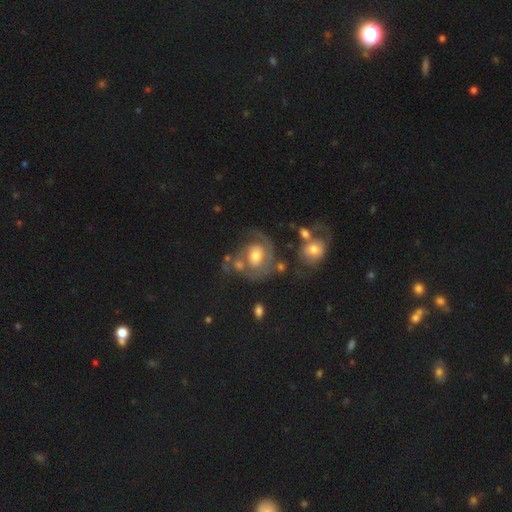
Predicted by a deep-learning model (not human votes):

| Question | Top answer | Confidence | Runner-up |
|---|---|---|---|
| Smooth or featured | featured or disk | 79% | smooth (15%) |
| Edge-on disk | no | 98% | yes (2%) |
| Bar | no | 71% | weak (24%) |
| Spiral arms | yes | 86% | no (14%) |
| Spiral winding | tight | 53% | medium (34%) |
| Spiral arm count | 2 | 43% | 1 (32%) |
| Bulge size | moderate | 64% | small (16%) |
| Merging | none | 47% | major disturbance (21%) |